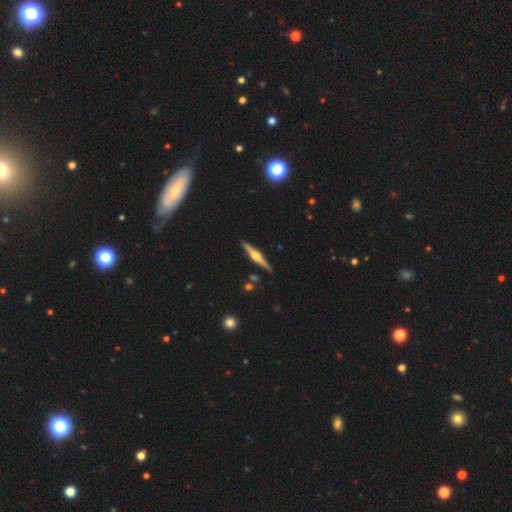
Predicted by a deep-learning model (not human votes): Smooth or featured?
  - featured or disk: 80% *
  - smooth: 15%
  - star or artifact: 5%
Edge-on disk?
  - yes: 98% *
  - no: 2%
Edge-on bulge?
  - rounded: 93% *
  - boxy: 5%
  - none: 2%
Merging?
  - none: 91% *
  - minor disturbance: 6%
  - merger: 2%
  - major disturbance: 1%